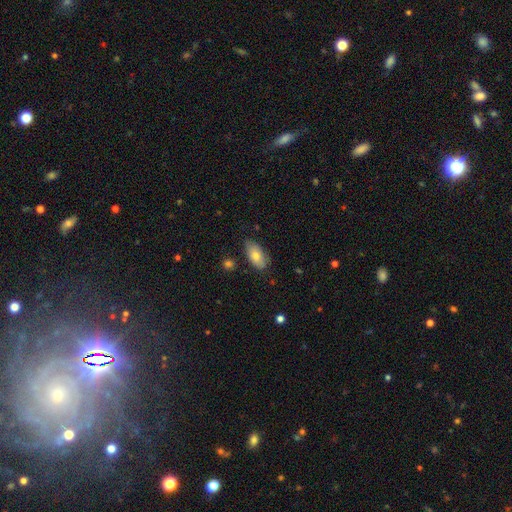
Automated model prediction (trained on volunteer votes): The model was most divided on "merging": none: 74%, minor disturbance: 20%, major disturbance: 3%, merger: 2%. More confident: how rounded — in between (92%); smooth or featured — smooth (75%).